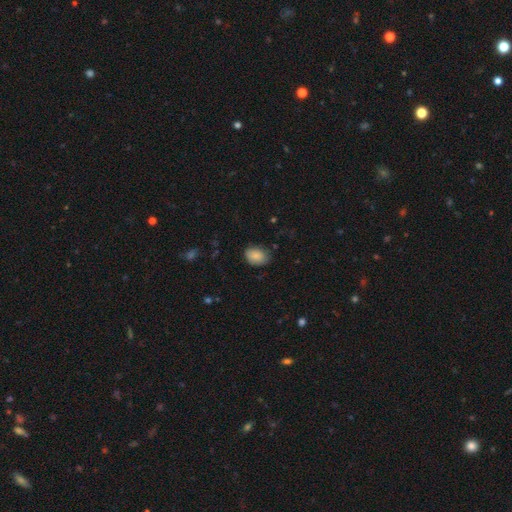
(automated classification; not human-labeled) Smooth or featured? smooth (86%)
How rounded? in between (74%)
Merging? none (75%)